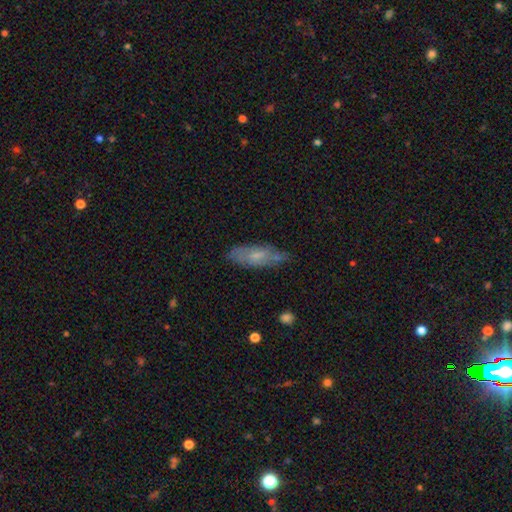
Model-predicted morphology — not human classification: type=smooth (56%); roundness=in between (65%); merging=none (66%).